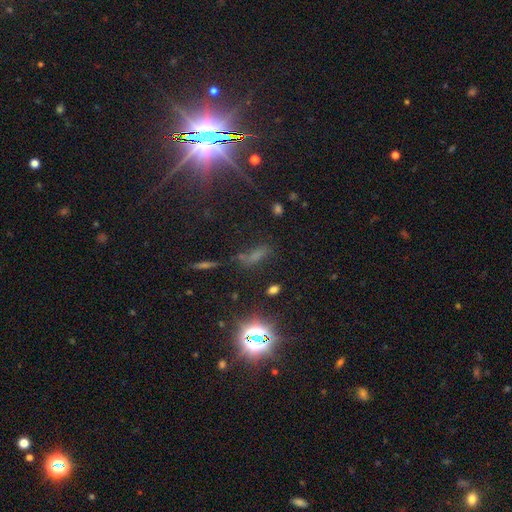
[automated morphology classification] This is marginally a star or artifact rather than a galaxy (44%).